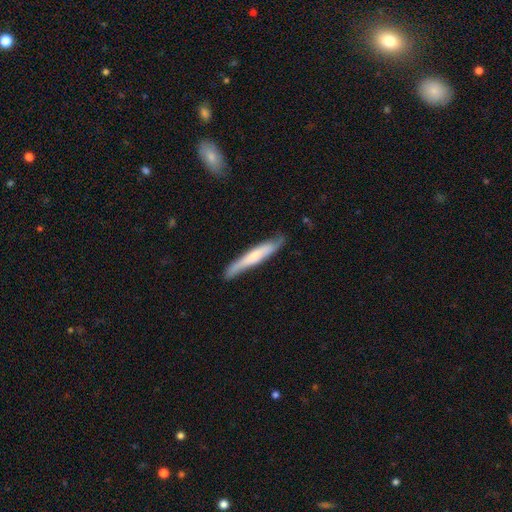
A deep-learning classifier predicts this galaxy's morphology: This appears to be a smooth galaxy with no disk features (48%). Merging: none (78%).